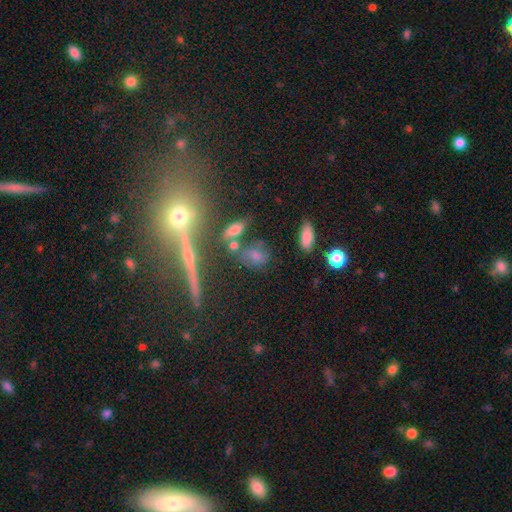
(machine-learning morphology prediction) Smooth or featured? Predicted: smooth (p=0.62). How rounded? Predicted: in between (p=0.62). Merging? Predicted: none (p=0.52).